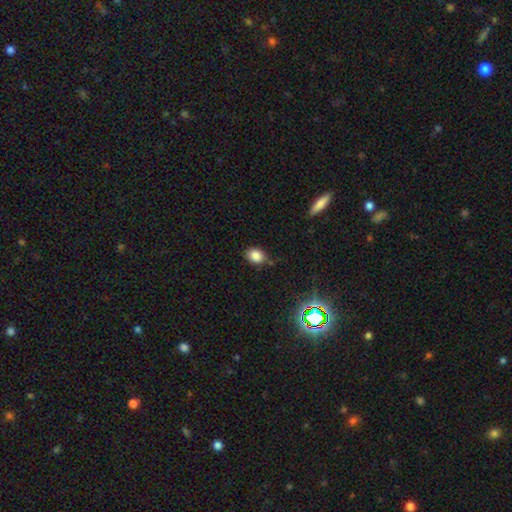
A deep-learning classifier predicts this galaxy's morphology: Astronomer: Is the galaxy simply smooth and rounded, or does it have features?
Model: smooth — 83%.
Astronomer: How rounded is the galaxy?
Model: in between — 61% (runner-up: round, 37%).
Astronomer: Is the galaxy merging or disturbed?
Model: none — 73%.